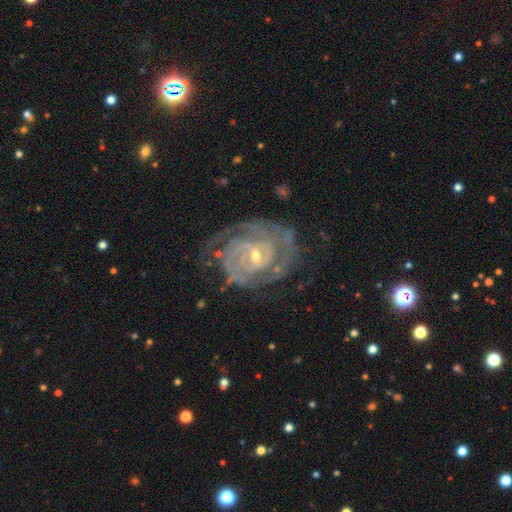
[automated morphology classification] Smooth or featured: featured or disk — 90% (smooth — 5%)
Edge-on disk: no — 97% (yes — 3%)
Bar: weak — 44% (no — 42%)
Spiral arms: yes — 96% (no — 4%)
Spiral winding: tight — 74% (medium — 22%)
Spiral arm count: 2 — 31% (can't tell — 29%)
Bulge size: small — 60% (moderate — 37%)
Merging: none — 65% (minor disturbance — 21%)